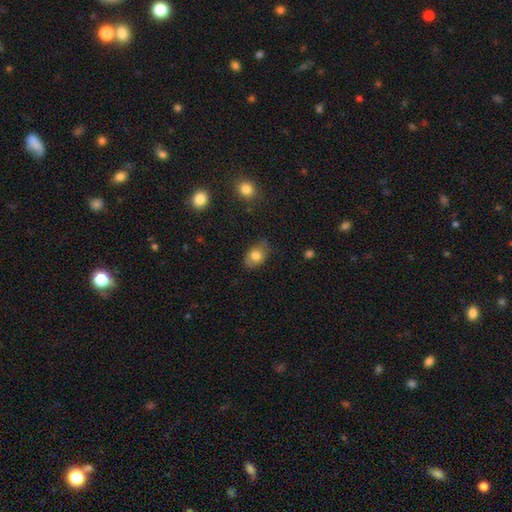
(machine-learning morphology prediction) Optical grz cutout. It shows a smooth galaxy with no disk features (77%) that is in between round and cigar-shaped (78%). Merging: none (73%).